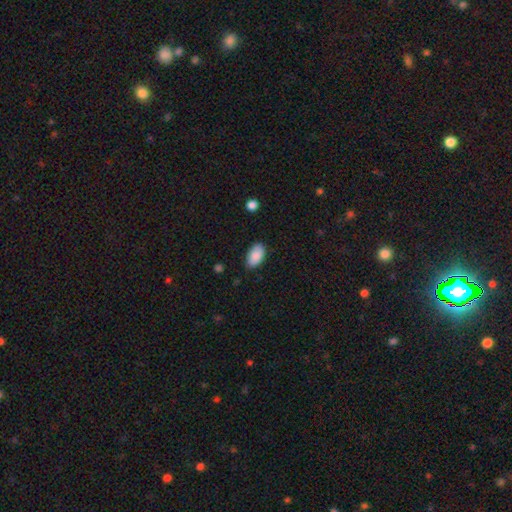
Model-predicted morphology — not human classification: smooth_or_featured: smooth (p=0.89) [alt: star or artifact p=0.06]
how_rounded: in between (p=0.95) [alt: round p=0.04]
merging: none (p=0.79) [alt: minor disturbance p=0.17]